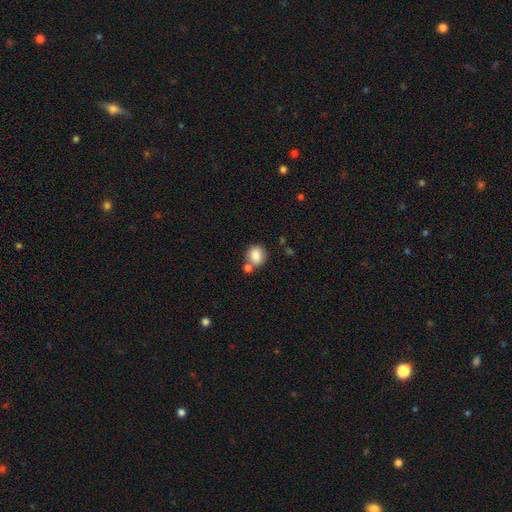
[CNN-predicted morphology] Smooth or featured?
  - smooth: 85% *
  - star or artifact: 8%
  - featured or disk: 7%
How rounded?
  - round: 66% *
  - in between: 33%
  - cigar-shaped: 1%
Merging?
  - none: 56% *
  - merger: 27%
  - minor disturbance: 13%
  - major disturbance: 4%